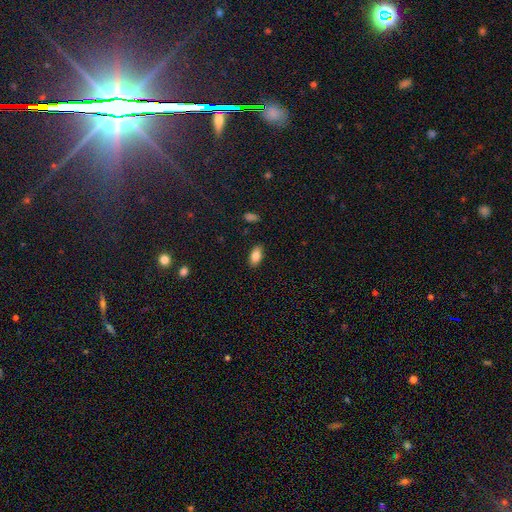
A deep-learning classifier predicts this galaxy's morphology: Smooth or featured? Predicted: smooth (p=0.83). How rounded? Predicted: in between (p=0.91). Merging? Predicted: none (p=0.86).